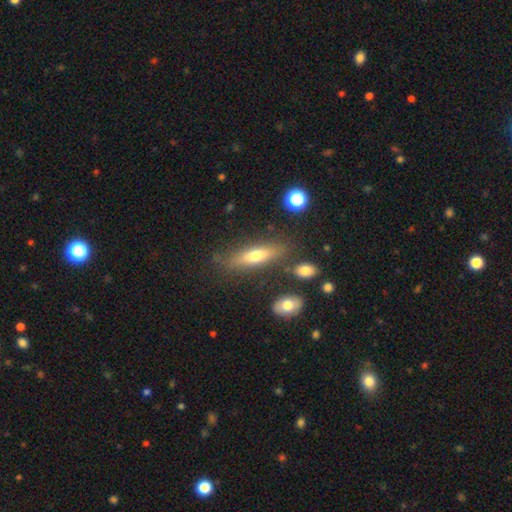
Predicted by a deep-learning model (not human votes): Overall: smooth (55%; featured or disk 36%). How rounded: cigar-shaped (65%; in between 32%). Merging: none (76%).